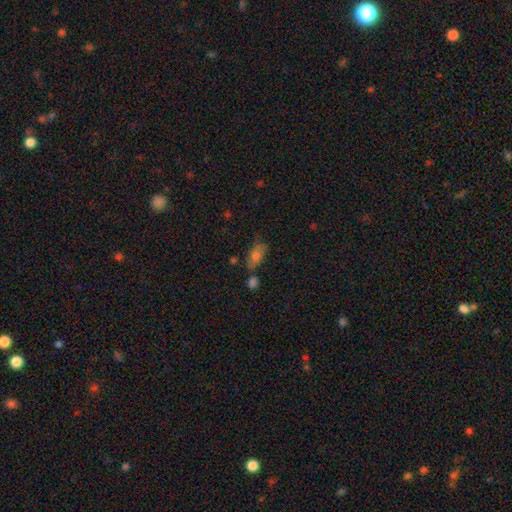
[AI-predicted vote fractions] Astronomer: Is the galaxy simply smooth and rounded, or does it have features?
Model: smooth — 67%.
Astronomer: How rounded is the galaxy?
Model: in between — 74%.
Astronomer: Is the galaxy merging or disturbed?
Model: none — 57%.